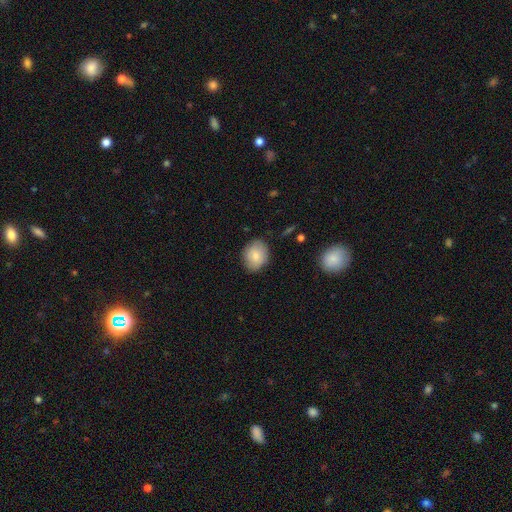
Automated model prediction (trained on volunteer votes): This appears to be a smooth galaxy with no disk features (79%) that is round (59%). Merging: none (81%).